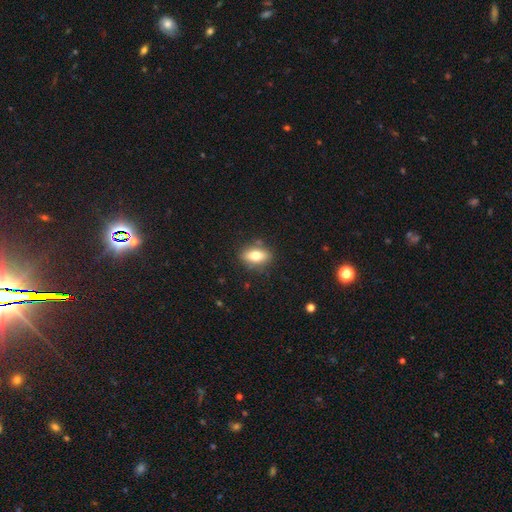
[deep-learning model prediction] Smooth or featured? Predicted: smooth (p=0.72). How rounded? Predicted: in between (p=0.81). Merging? Predicted: none (p=0.82).